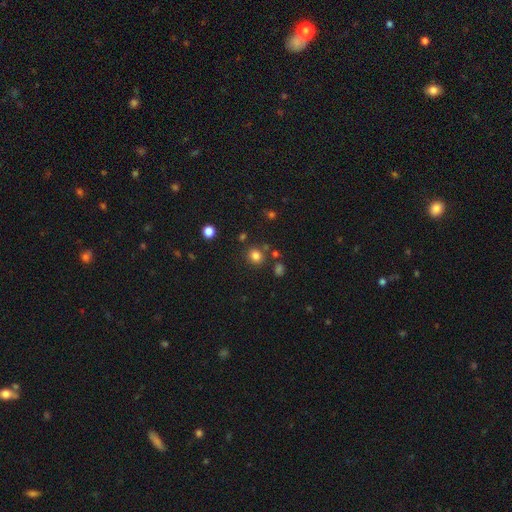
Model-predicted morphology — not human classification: smooth-or-featured: smooth: 80% | star or artifact: 14% | featured or disk: 6%
  how-rounded: round: 80% | in between: 19% | cigar-shaped: 1%
  merging: none: 81% | minor disturbance: 9% | merger: 7% | major disturbance: 3%